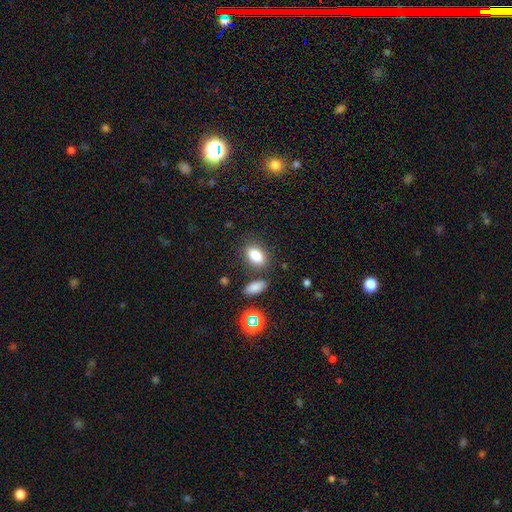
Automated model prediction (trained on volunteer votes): A smooth galaxy with no disk features (83%) that is in between round and cigar-shaped (86%). Merging: none (76%).